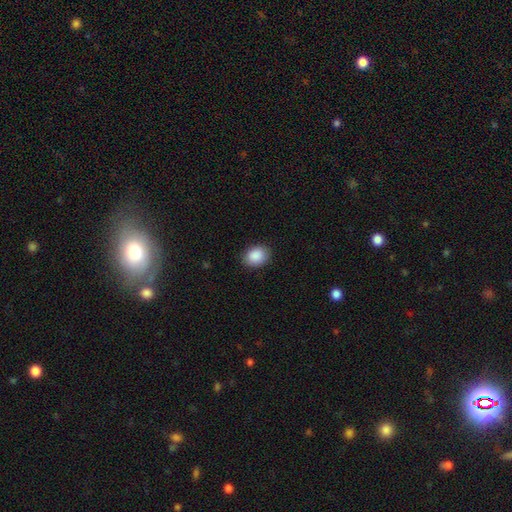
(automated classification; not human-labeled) Morphology: type=smooth (90%); roundness=in between (59%); merging=none (87%).